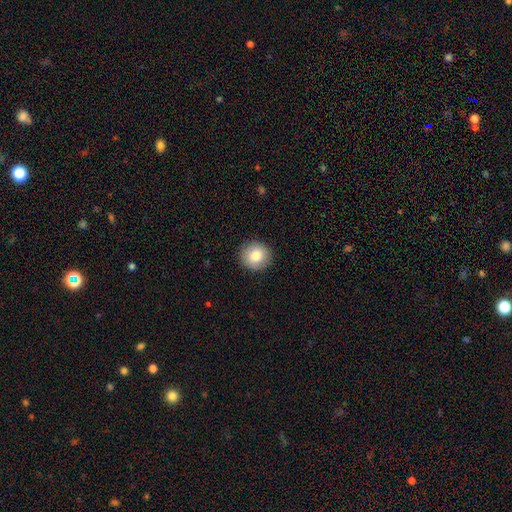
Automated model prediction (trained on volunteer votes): Smooth or featured? smooth (83%)
How rounded? round (90%)
Merging? none (91%)